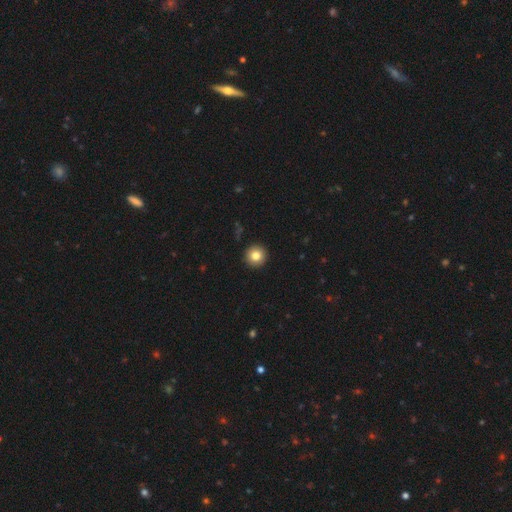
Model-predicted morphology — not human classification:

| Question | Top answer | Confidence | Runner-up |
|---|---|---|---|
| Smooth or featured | smooth | 83% | star or artifact (9%) |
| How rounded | round | 96% | in between (3%) |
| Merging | none | 93% | minor disturbance (4%) |